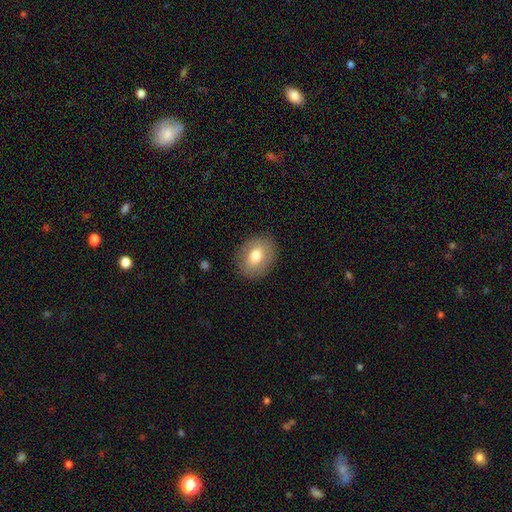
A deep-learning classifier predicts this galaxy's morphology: smooth 75%, featured or disk 17%, star or artifact 8%. Down the decision tree: how rounded — in between (59%); merging — none (87%).